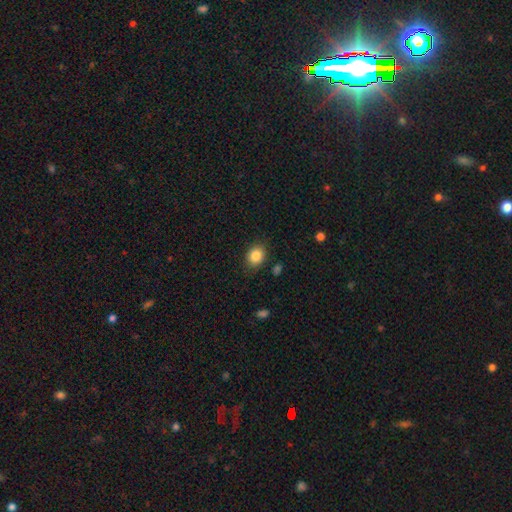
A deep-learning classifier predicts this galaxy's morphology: Smooth or featured? Predicted: smooth (p=0.86). How rounded? Predicted: round (p=0.51). Merging? Predicted: none (p=0.84).